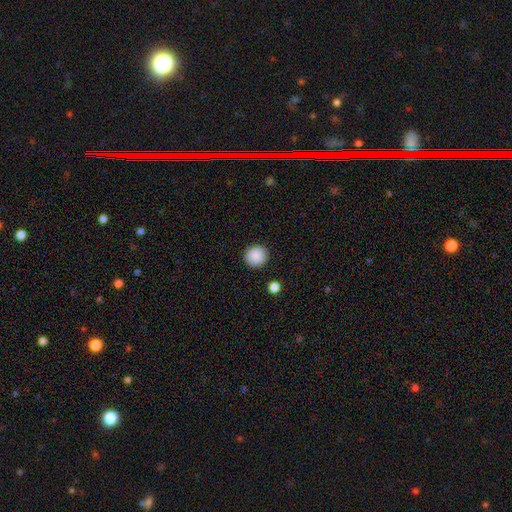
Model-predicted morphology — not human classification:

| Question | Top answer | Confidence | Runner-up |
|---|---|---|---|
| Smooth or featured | smooth | 88% | star or artifact (8%) |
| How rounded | round | 92% | in between (7%) |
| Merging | none | 91% | minor disturbance (6%) |